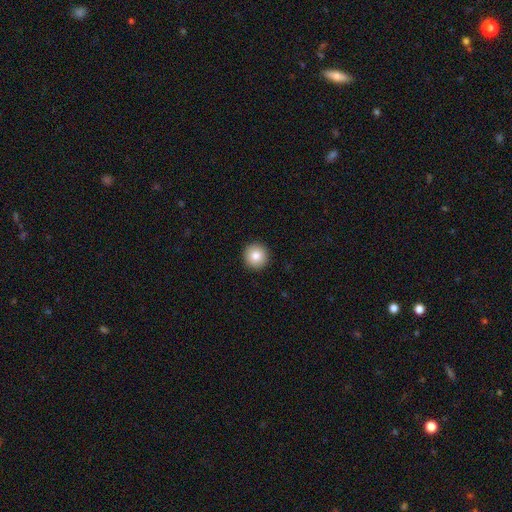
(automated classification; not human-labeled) Q: Smooth or featured?
A: smooth (84%); runner-up: star or artifact (9%)
Q: How rounded?
A: round (96%); runner-up: in between (3%)
Q: Merging?
A: none (93%); runner-up: minor disturbance (4%)